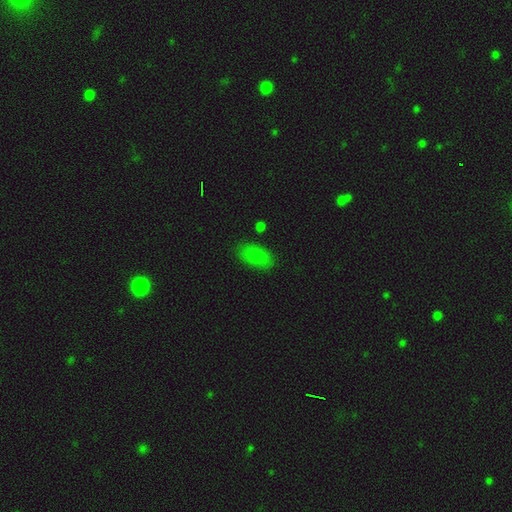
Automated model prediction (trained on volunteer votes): The model was most divided on "merging": none: 80%, minor disturbance: 15%, major disturbance: 4%, merger: 2%. More confident: how rounded — in between (92%); smooth or featured — smooth (81%).